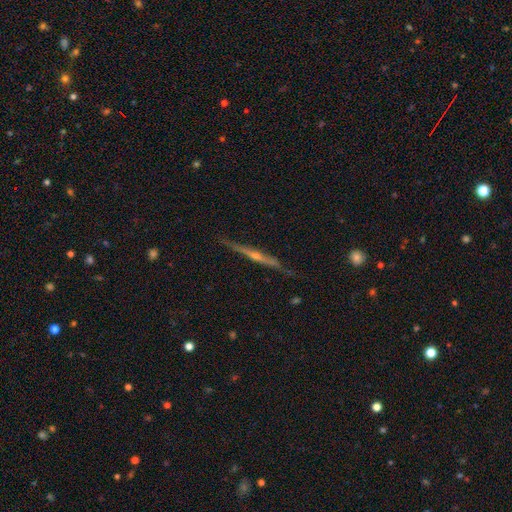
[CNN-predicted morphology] Overall: featured or disk (81%). Edge-on disk: yes (98%). Edge-on bulge: rounded (78%). Merging: none (85%).